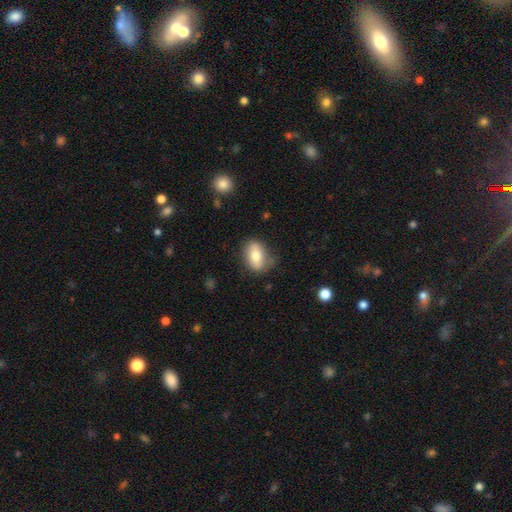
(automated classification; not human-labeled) smooth 71%, featured or disk 22%, star or artifact 7%. Down the decision tree: how rounded — in between (83%); merging — none (72%).